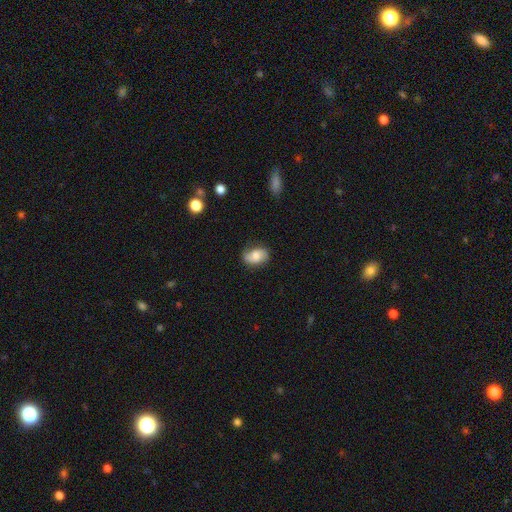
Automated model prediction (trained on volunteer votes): The model was most divided on "merging": none: 68%, minor disturbance: 24%, major disturbance: 6%, merger: 2%. More confident: how rounded — in between (83%); smooth or featured — smooth (68%).